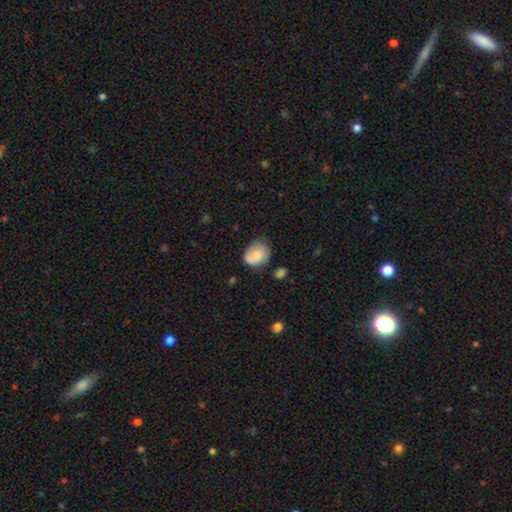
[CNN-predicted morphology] A smooth galaxy with no disk features (75%) that is in between round and cigar-shaped (50%). Merging: none (53%).